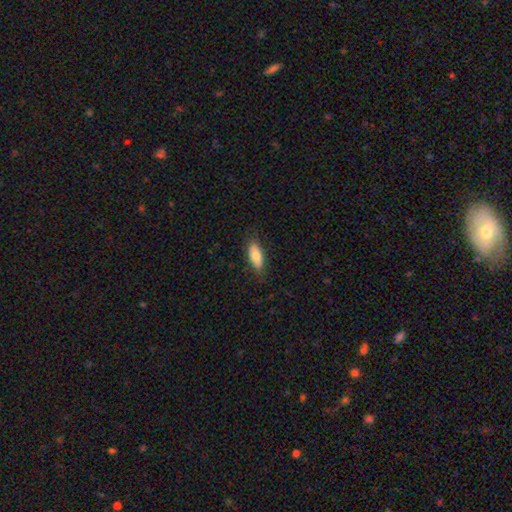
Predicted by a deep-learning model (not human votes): Smooth or featured: smooth — 76% (featured or disk — 18%)
How rounded: in between — 78% (cigar-shaped — 20%)
Merging: none — 83% (minor disturbance — 13%)